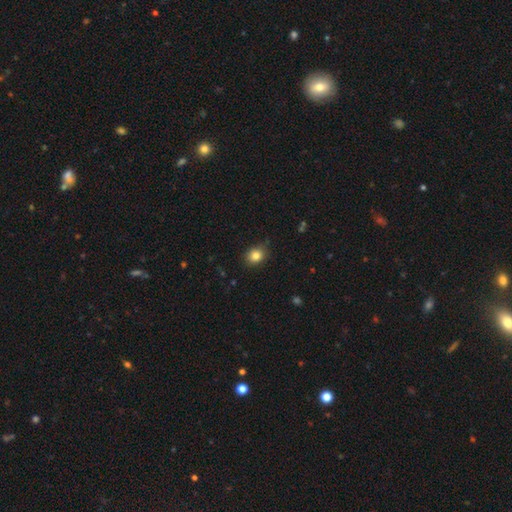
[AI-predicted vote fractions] smooth-or-featured: smooth: 84% | star or artifact: 10% | featured or disk: 5%
  how-rounded: round: 64% | in between: 36% | cigar-shaped: 1%
  merging: none: 80% | minor disturbance: 16% | major disturbance: 3% | merger: 1%